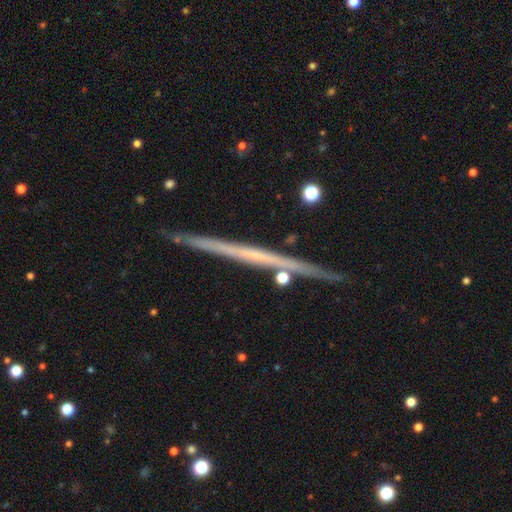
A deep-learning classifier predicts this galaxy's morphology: A featured or disk galaxy (69%) viewed edge-on (98%) with no central bulge (88%). Merging: none (88%).